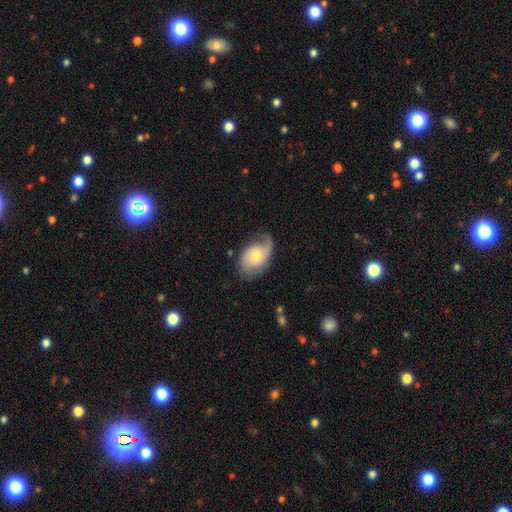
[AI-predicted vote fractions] featured or disk 68%, smooth 26%, star or artifact 6%. Down the decision tree: edge-on disk — no (96%); bar — no (53%); spiral arms — yes (91%); spiral arm count — 2 (54%); spiral winding — medium (41%); bulge size — moderate (59%); merging — none (60%).